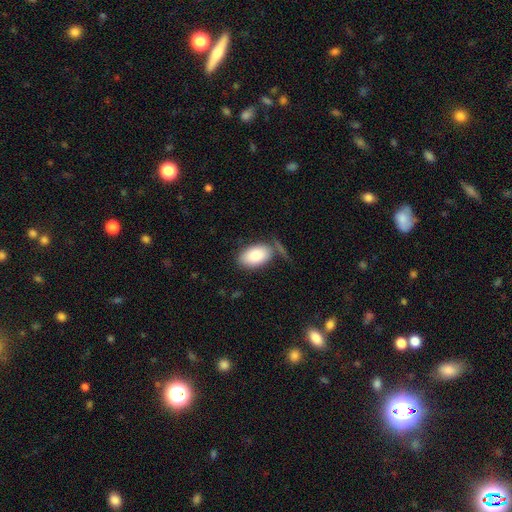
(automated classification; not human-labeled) This appears to be a smooth galaxy with no disk features (83%) that is in between round and cigar-shaped (93%). Merging: none (61%).